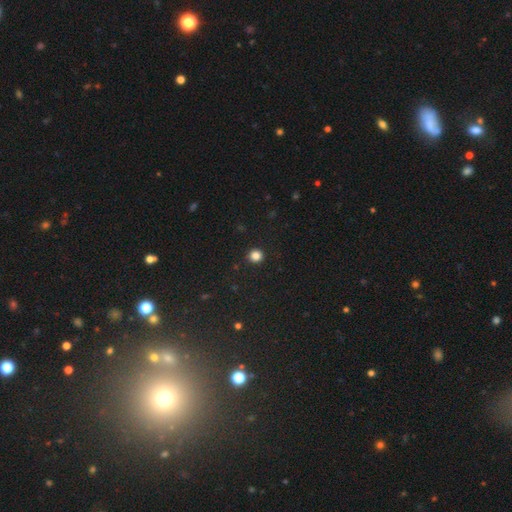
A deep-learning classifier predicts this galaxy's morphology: A smooth galaxy with no disk features (85%) that is round (93%). Merging: none (93%).